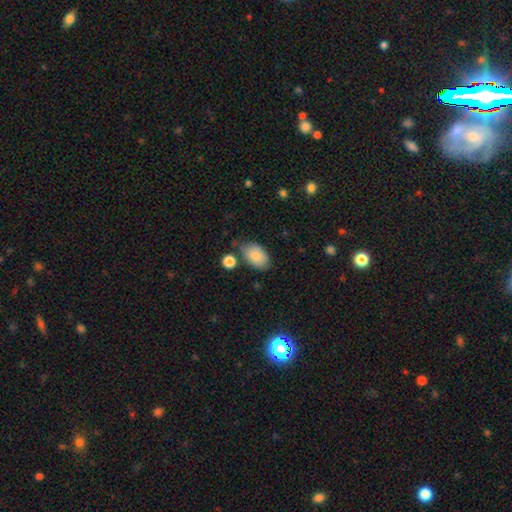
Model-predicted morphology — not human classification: Overall: smooth (83%). How rounded: in between (90%). Merging: none (69%).